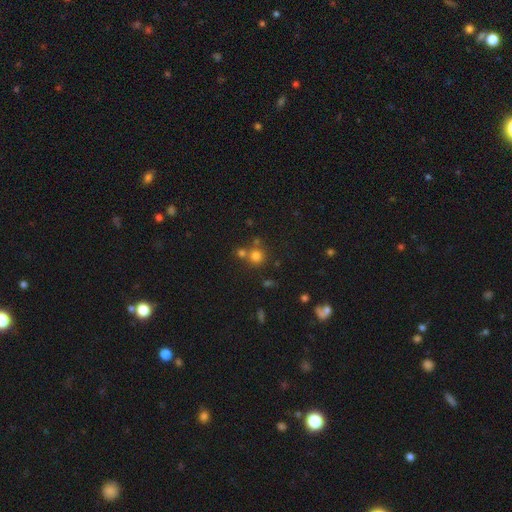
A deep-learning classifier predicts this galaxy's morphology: smooth_or_featured: smooth (p=0.75) [alt: star or artifact p=0.17]
how_rounded: round (p=0.91) [alt: in between p=0.08]
merging: none (p=0.62) [alt: merger p=0.27]